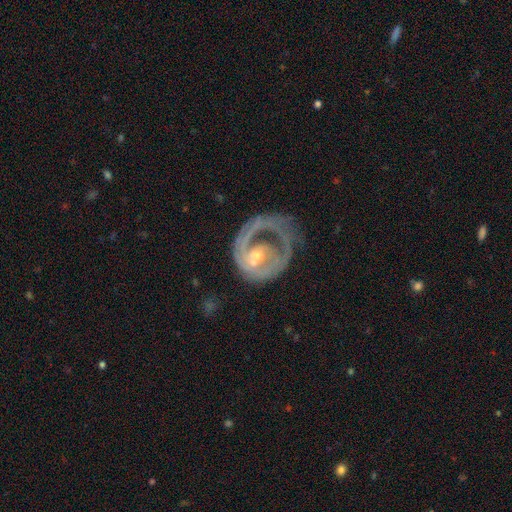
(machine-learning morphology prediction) smooth-or-featured: featured or disk: 80% | smooth: 14% | star or artifact: 6%
  disk-edge-on: no: 98% | yes: 2%
    bar: no: 58% | weak: 32% | strong: 10%
    has-spiral-arms: yes: 77% | no: 23%
      spiral-winding: tight: 44% | medium: 34% | loose: 23%
      spiral-arm-count: 1: 60% | 2: 18% | can't tell: 14% | 3: 4% | 4: 2% | more than 4: 2%
    bulge-size: small: 62% | moderate: 29% | none: 6% | large: 2% | dominant: 1%
  merging: major disturbance: 47% | none: 30% | minor disturbance: 16% | merger: 6%